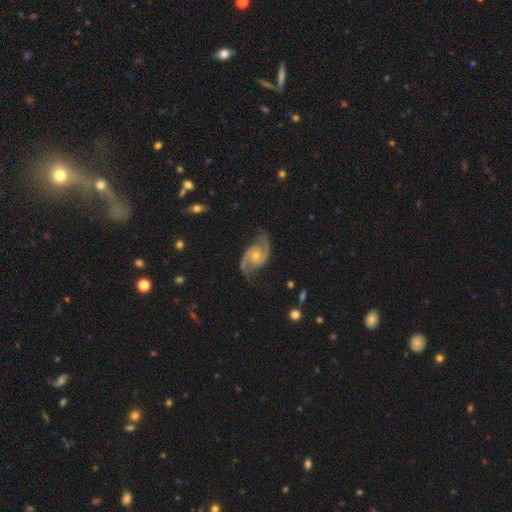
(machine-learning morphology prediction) smooth-or-featured: featured or disk: 91% | star or artifact: 5% | smooth: 4%
  disk-edge-on: no: 97% | yes: 3%
    bar: no: 69% | weak: 25% | strong: 6%
    has-spiral-arms: yes: 98% | no: 2%
      spiral-winding: medium: 54% | tight: 24% | loose: 22%
      spiral-arm-count: 2: 92% | 3: 2% | can't tell: 2% | 1: 1% | 4: 1% | more than 4: 1%
    bulge-size: moderate: 54% | small: 42% | large: 2% | none: 1% | dominant: 1%
  merging: none: 78% | minor disturbance: 15% | major disturbance: 5% | merger: 1%